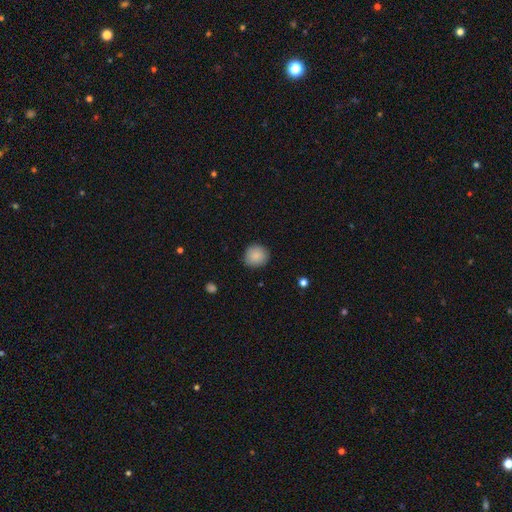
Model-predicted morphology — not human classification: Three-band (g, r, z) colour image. It shows a smooth galaxy with no disk features (87%) that is round (89%). Merging: none (87%).